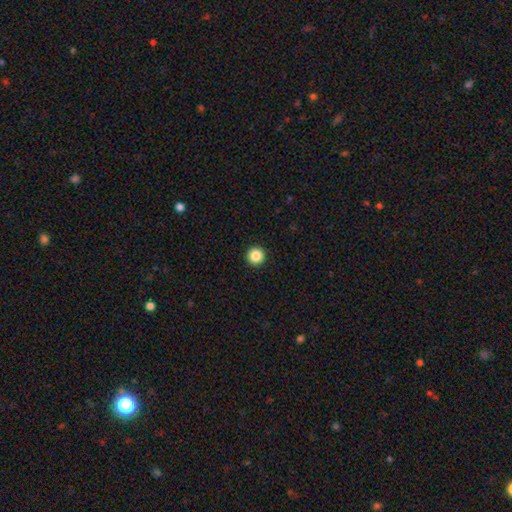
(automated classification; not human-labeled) Smooth or featured: smooth — 87% (star or artifact — 10%)
How rounded: round — 97% (in between — 2%)
Merging: none — 94% (minor disturbance — 4%)